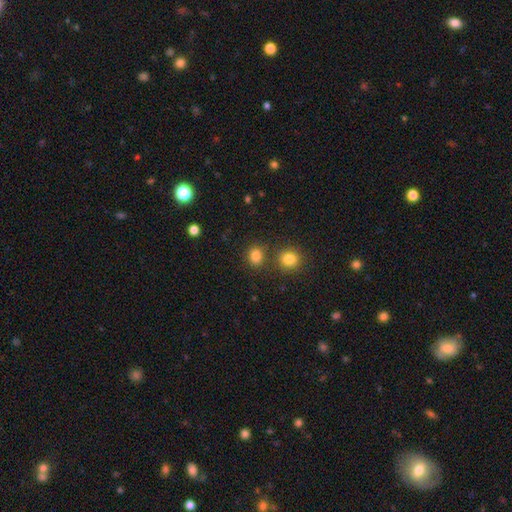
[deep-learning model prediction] Morphology: type=smooth (82%); roundness=round (66%); merging=none (76%).